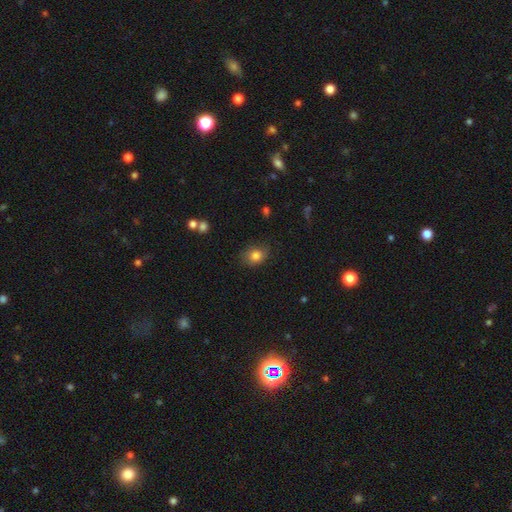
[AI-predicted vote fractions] smooth 82%, star or artifact 10%, featured or disk 8%. Down the decision tree: how rounded — in between (52%); merging — none (79%).